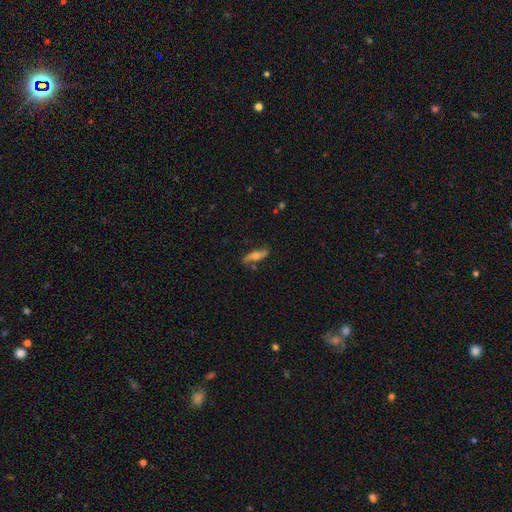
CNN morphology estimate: Smooth or featured? featured or disk (65%)
Edge-on disk? no (61%)
Merging? none (76%)